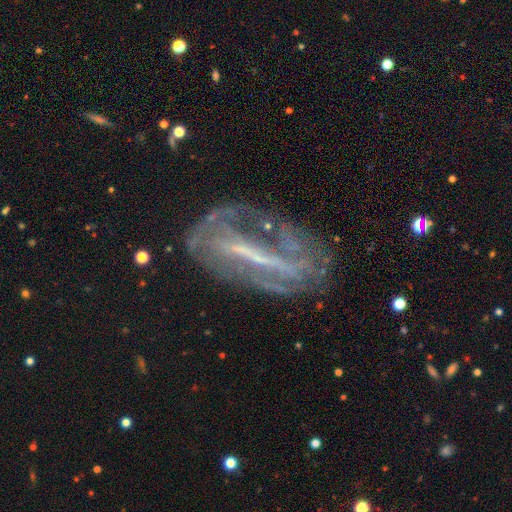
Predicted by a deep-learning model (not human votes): The model was most divided on "bulge size": none: 44%, small: 35%, moderate: 15%, large: 3%, dominant: 1%. More confident: edge-on disk — no (81%); smooth or featured — featured or disk (75%); bar — strong (68%); spiral arms — yes (63%); merging — none (58%).